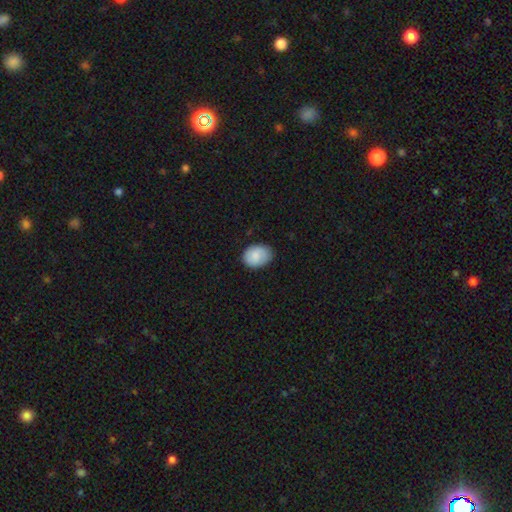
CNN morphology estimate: smooth_or_featured: smooth (p=0.85) [alt: featured or disk p=0.08]
how_rounded: in between (p=0.65) [alt: round p=0.34]
merging: none (p=0.79) [alt: minor disturbance p=0.17]